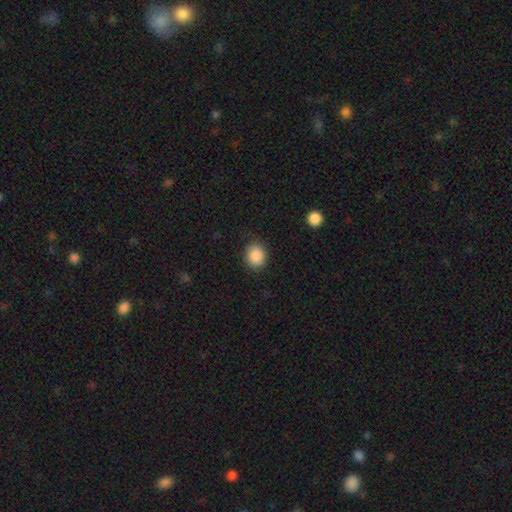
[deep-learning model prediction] This appears to be a smooth galaxy with no disk features (89%) that is round (65%). Merging: none (87%).